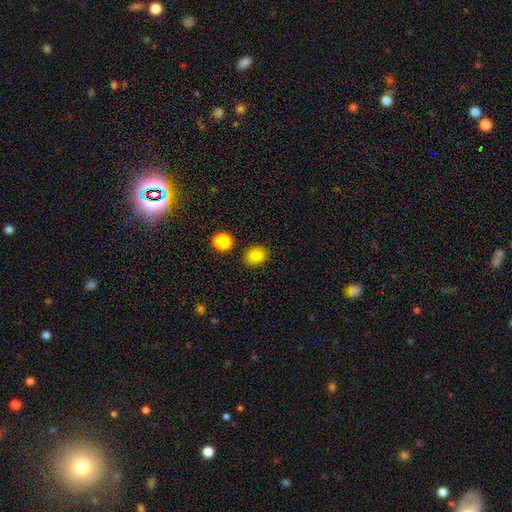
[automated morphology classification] smooth-or-featured: smooth: 86% | star or artifact: 10% | featured or disk: 4%
  how-rounded: in between: 54% | round: 45% | cigar-shaped: 1%
  merging: none: 83% | minor disturbance: 10% | merger: 5% | major disturbance: 3%